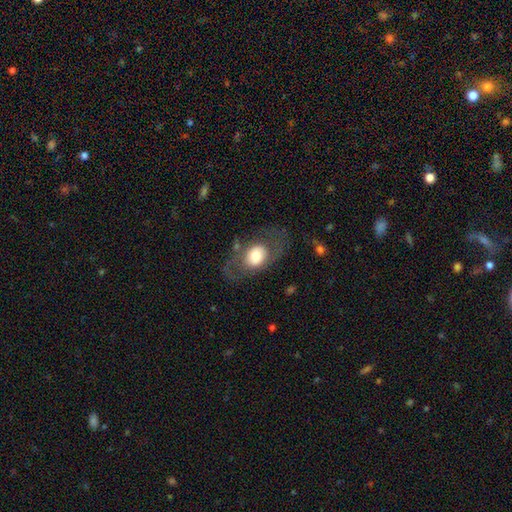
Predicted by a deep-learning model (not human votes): Q: Smooth or featured?
A: smooth (53%); runner-up: featured or disk (41%)
Q: How rounded?
A: in between (68%); runner-up: round (30%)
Q: Merging?
A: none (66%); runner-up: minor disturbance (16%)